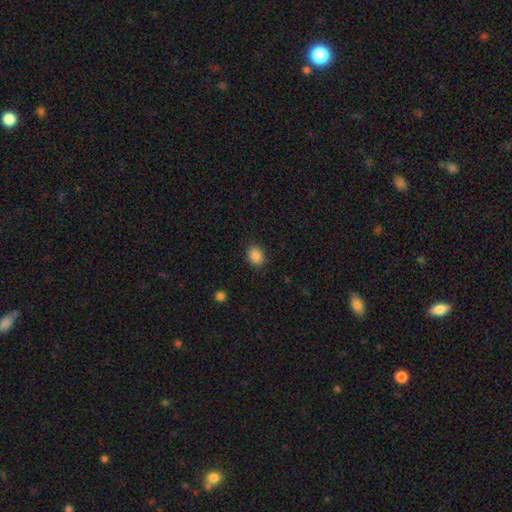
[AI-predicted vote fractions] smooth-or-featured: smooth: 87% | star or artifact: 9% | featured or disk: 4%
  how-rounded: in between: 59% | round: 41% | cigar-shaped: 1%
  merging: none: 87% | minor disturbance: 9% | major disturbance: 2% | merger: 1%